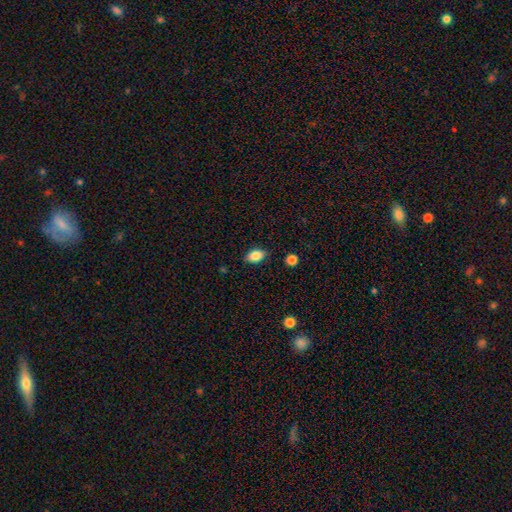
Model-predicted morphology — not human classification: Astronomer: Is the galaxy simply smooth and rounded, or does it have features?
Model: smooth — 84%.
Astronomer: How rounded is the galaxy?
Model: in between — 85%.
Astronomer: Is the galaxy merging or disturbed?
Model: none — 84%.